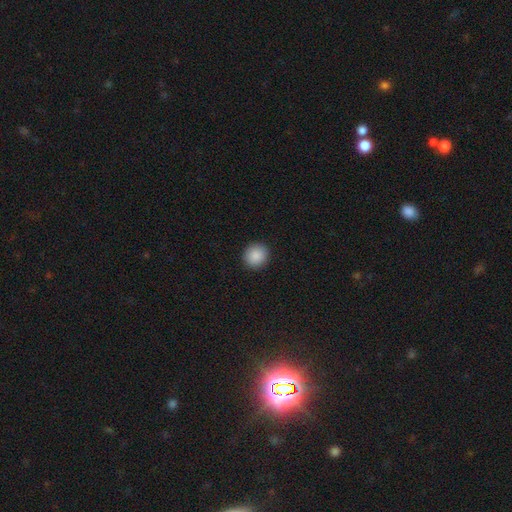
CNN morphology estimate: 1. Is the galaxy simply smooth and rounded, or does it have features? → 89% smooth, 8% star or artifact, 3% featured or disk.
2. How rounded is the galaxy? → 89% round, 10% in between, 1% cigar-shaped.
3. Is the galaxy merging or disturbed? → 92% none, 5% minor disturbance, 2% major disturbance, 1% merger.